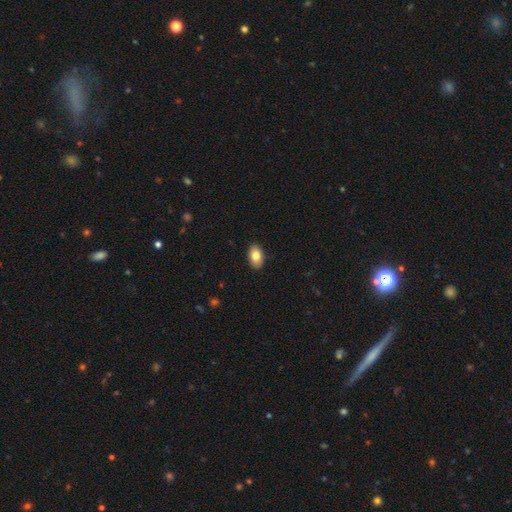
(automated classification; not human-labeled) Morphology: type=smooth (82%); roundness=in between (91%); merging=none (90%).